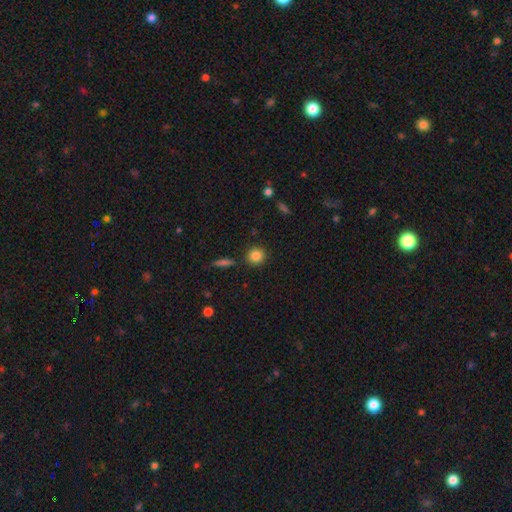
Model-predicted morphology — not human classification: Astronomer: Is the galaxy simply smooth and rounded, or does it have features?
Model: smooth — 85%.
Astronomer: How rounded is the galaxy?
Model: round — 89%.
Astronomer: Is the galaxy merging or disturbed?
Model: none — 87%.